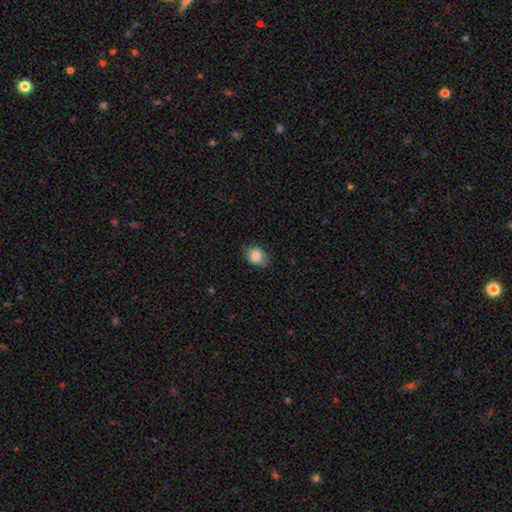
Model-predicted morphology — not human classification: Smooth or featured? Predicted: smooth (p=0.84). How rounded? Predicted: in between (p=0.64). Merging? Predicted: none (p=0.72).